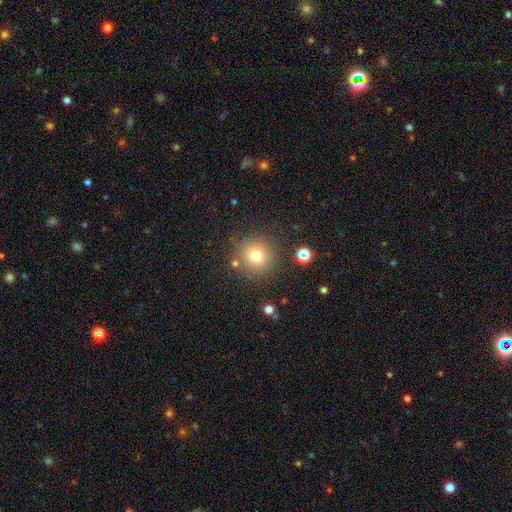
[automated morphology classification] Smooth or featured? Predicted: smooth (p=0.74). How rounded? Predicted: round (p=0.94). Merging? Predicted: none (p=0.82).